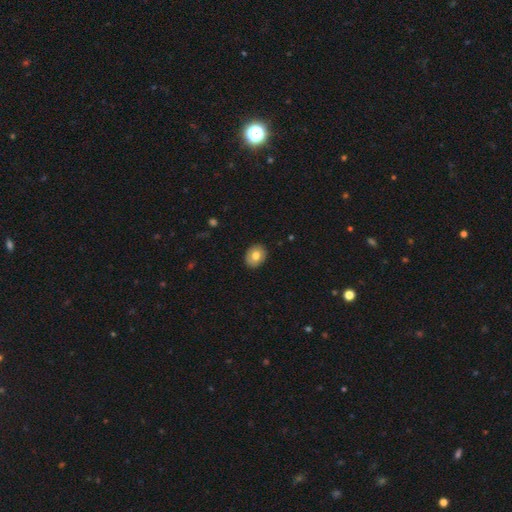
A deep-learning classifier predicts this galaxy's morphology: A smooth galaxy with no disk features (76%) that is in between round and cigar-shaped (54%). Merging: none (89%).